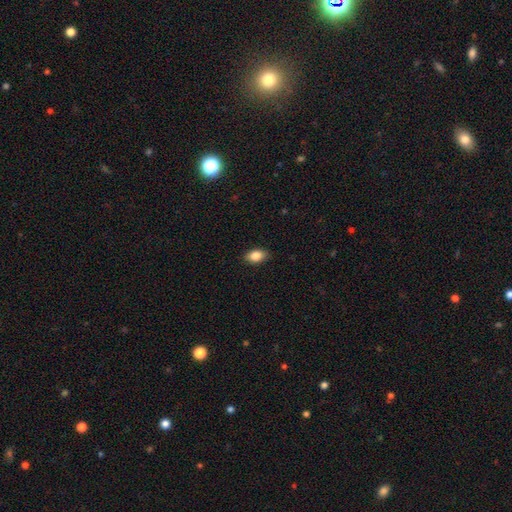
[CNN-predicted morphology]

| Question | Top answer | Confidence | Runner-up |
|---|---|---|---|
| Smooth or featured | smooth | 86% | star or artifact (8%) |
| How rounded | in between | 89% | round (9%) |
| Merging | none | 87% | minor disturbance (10%) |